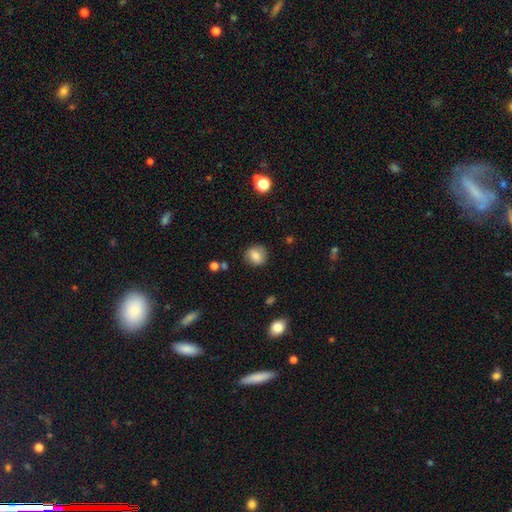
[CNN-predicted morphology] Overall: smooth (77%). How rounded: round (82%). Merging: none (83%).